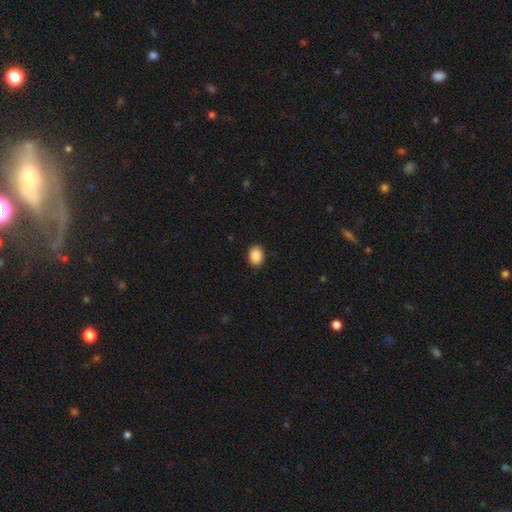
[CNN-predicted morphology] type=smooth (89%); roundness=in between (65%); merging=none (90%).